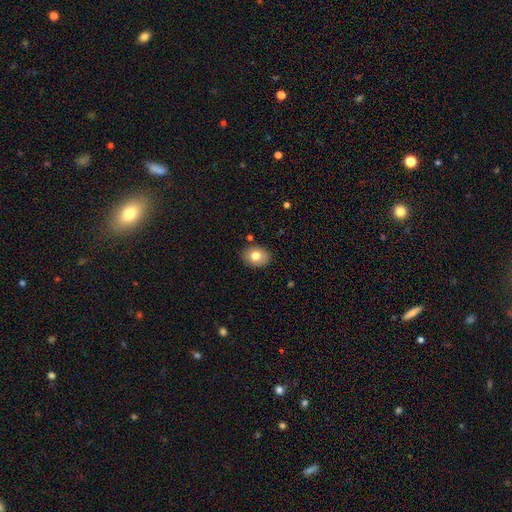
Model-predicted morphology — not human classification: smooth_or_featured: smooth (p=0.77) [alt: featured or disk p=0.14]
how_rounded: in between (p=0.57) [alt: round p=0.42]
merging: none (p=0.87) [alt: minor disturbance p=0.09]